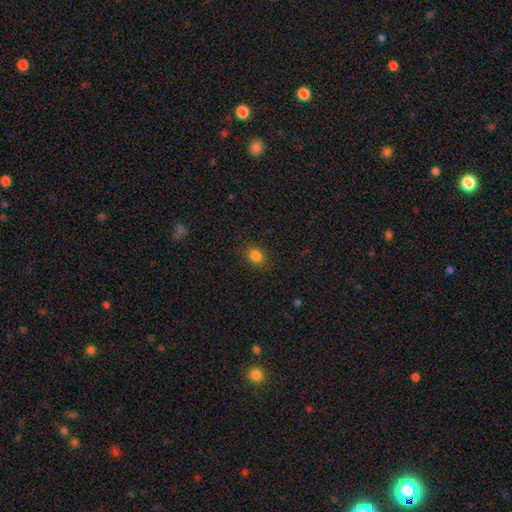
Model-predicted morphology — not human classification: Q: Smooth or featured?
A: smooth (83%); runner-up: star or artifact (12%)
Q: How rounded?
A: in between (55%); runner-up: round (44%)
Q: Merging?
A: none (85%); runner-up: minor disturbance (11%)